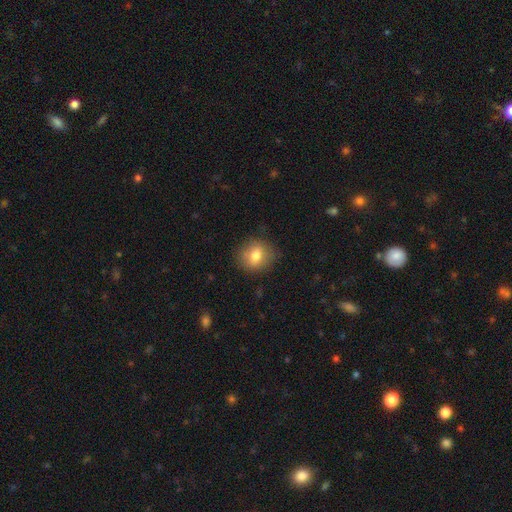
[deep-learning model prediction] A smooth galaxy with no disk features (75%) that is round (66%). Merging: none (82%).